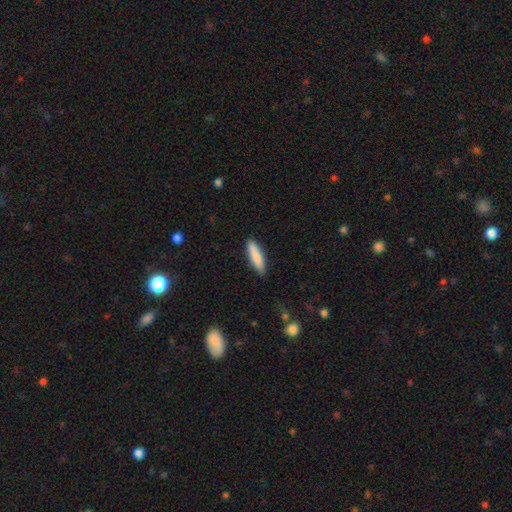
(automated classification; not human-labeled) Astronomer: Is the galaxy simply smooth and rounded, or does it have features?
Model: smooth — 85%.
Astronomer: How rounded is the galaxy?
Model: cigar-shaped — 73%.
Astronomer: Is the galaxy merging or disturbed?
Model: none — 88%.